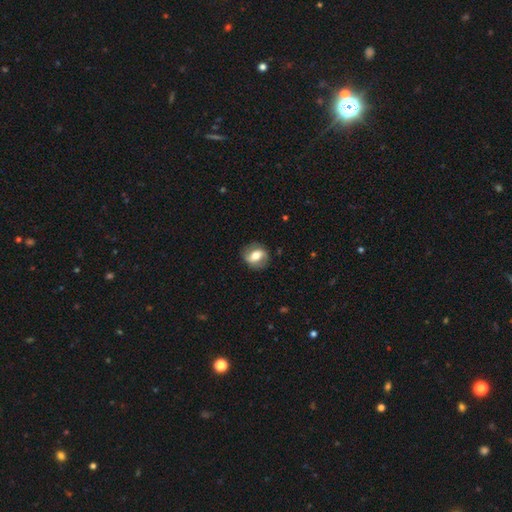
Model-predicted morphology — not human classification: type=featured or disk (54%); edge-on=no (93%); bar=strong (41%); spiral arms=yes (65%); bulge=moderate (64%); merging=none (82%).